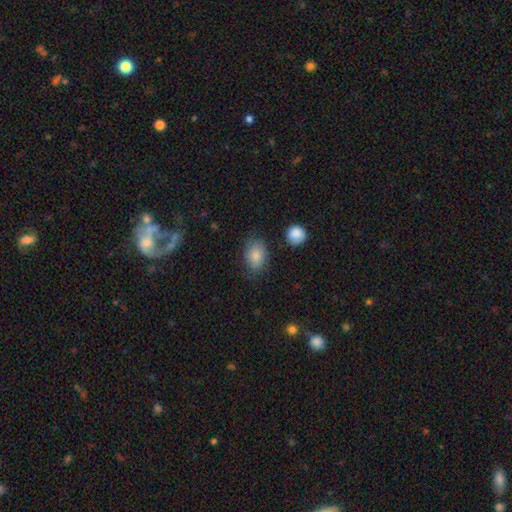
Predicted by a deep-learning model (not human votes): The model was most divided on "merging": none: 71%, minor disturbance: 20%, major disturbance: 6%, merger: 3%. More confident: smooth or featured — smooth (84%); how rounded — in between (79%).